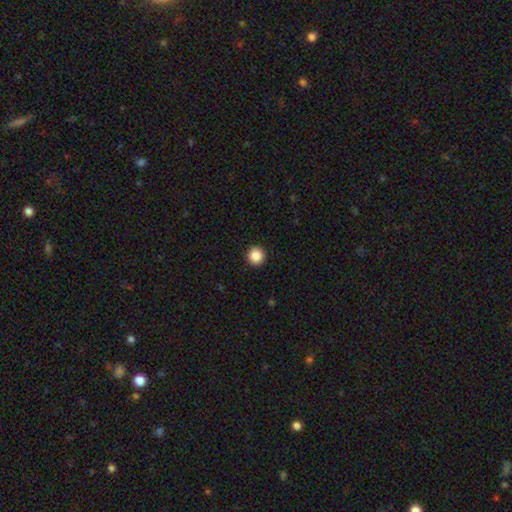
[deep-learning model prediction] smooth 87%, star or artifact 10%, featured or disk 3%. Down the decision tree: how rounded — round (96%); merging — none (94%).